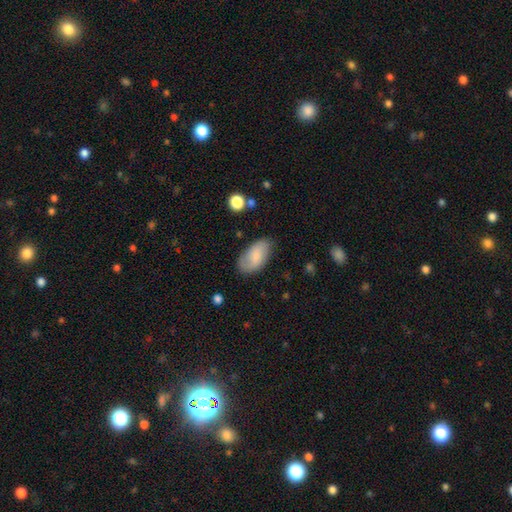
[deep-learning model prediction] Smooth or featured: smooth — 70% (featured or disk — 23%)
How rounded: in between — 94% (round — 3%)
Merging: none — 74% (minor disturbance — 19%)